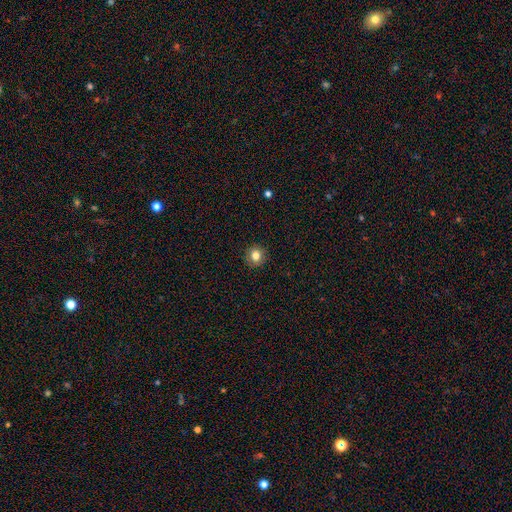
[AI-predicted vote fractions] The model was most divided on "smooth or featured": smooth: 81%, star or artifact: 11%, featured or disk: 8%. More confident: merging — none (92%); how rounded — round (91%).